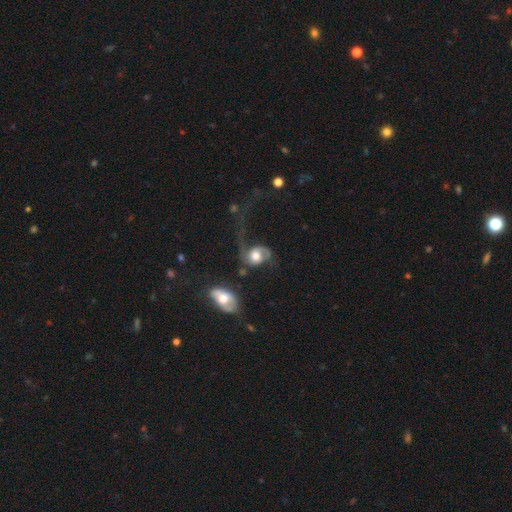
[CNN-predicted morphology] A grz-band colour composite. It shows a featured or disk galaxy (60%) with no bar (73%), spiral arms (82%) and a moderate central bulge (49%). Merging: major disturbance (49%).